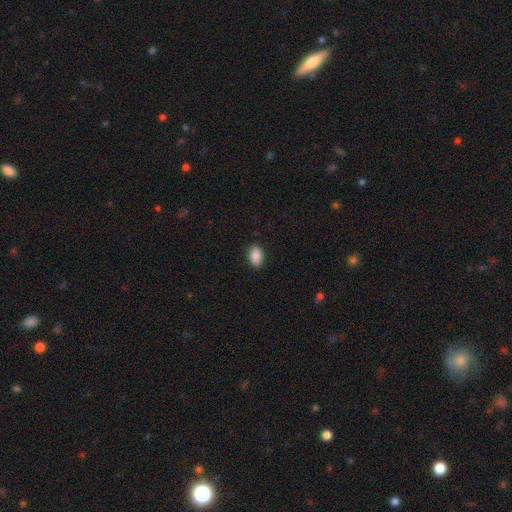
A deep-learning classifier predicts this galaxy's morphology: Overall: smooth (86%). How rounded: in between (88%). Merging: none (88%).